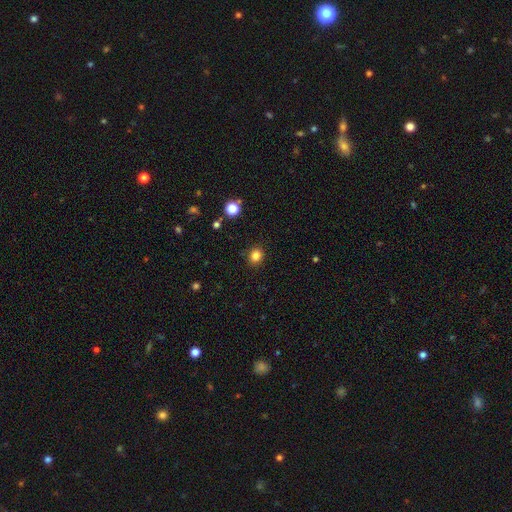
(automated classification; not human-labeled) Smooth or featured? Predicted: smooth (p=0.83). How rounded? Predicted: round (p=0.75). Merging? Predicted: none (p=0.90).